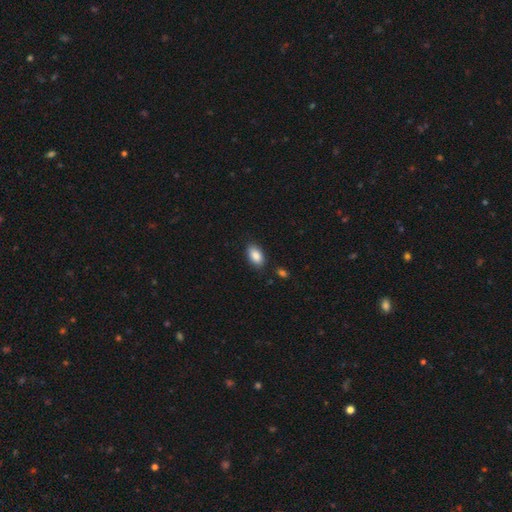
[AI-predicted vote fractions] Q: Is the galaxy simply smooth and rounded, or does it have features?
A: smooth — 88%.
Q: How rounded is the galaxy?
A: in between — 93%.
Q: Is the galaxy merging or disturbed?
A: none — 85%.